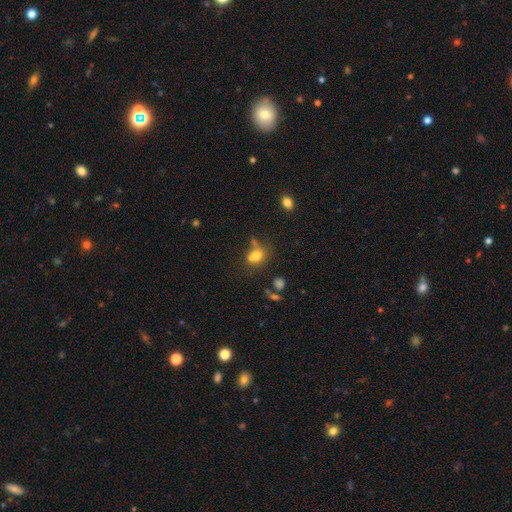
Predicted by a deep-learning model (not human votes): A smooth galaxy with no disk features (73%) that is in between round and cigar-shaped (59%).

Vote fractions:
- Smooth or featured? smooth: 73% / star or artifact: 14% / featured or disk: 13%
- How rounded? in between: 59% / round: 39% / cigar-shaped: 2%
- Merging? none: 40% / merger: 30% / minor disturbance: 19% / major disturbance: 12%